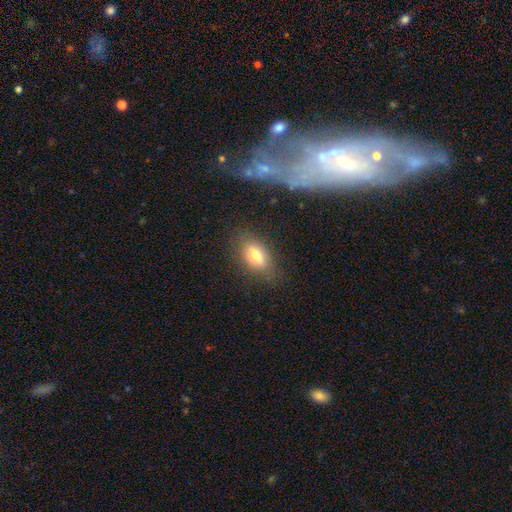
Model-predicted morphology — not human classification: smooth_or_featured: smooth (p=0.73) [alt: featured or disk p=0.18]
how_rounded: in between (p=0.85) [alt: round p=0.08]
merging: none (p=0.79) [alt: minor disturbance p=0.15]